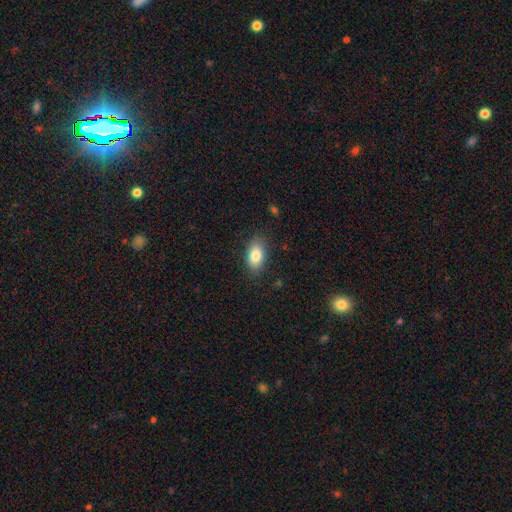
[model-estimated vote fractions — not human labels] This appears to be a smooth galaxy with no disk features (83%) that is in between round and cigar-shaped (91%). Merging: none (85%).